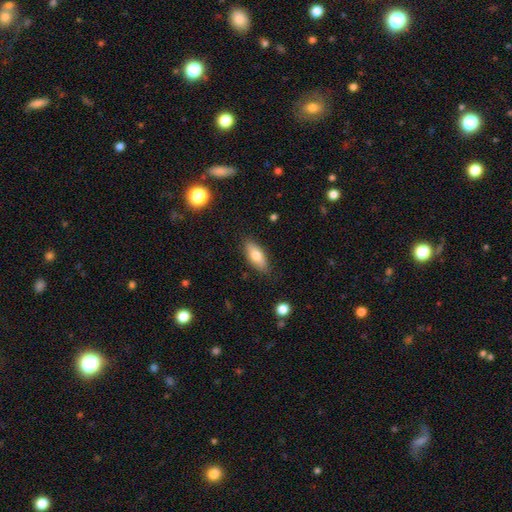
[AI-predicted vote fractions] smooth_or_featured: smooth (p=0.71) [alt: featured or disk p=0.22]
how_rounded: in between (p=0.75) [alt: cigar-shaped p=0.22]
merging: none (p=0.85) [alt: minor disturbance p=0.12]